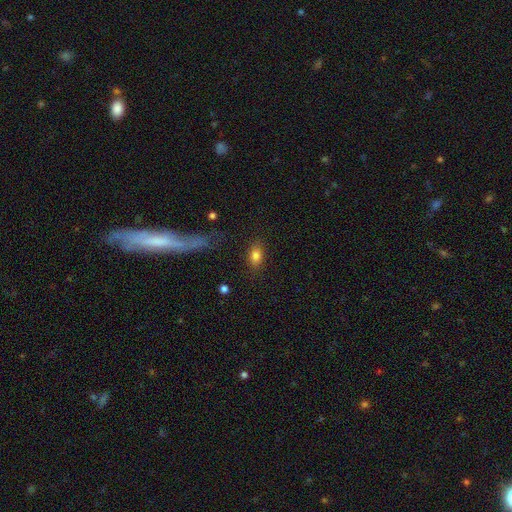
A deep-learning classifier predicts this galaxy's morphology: Smooth or featured: smooth — 81% (star or artifact — 10%)
How rounded: in between — 80% (round — 16%)
Merging: none — 82% (minor disturbance — 12%)